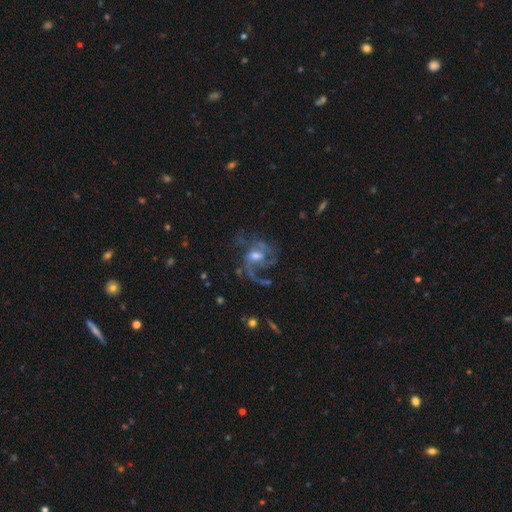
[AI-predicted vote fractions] featured or disk 81%, smooth 11%, star or artifact 8%. Down the decision tree: edge-on disk — no (97%); bar — weak (47%); spiral arms — yes (90%); spiral arm count — 2 (36%); spiral winding — loose (43%, tied with medium); bulge size — moderate (58%); merging — none (43%).